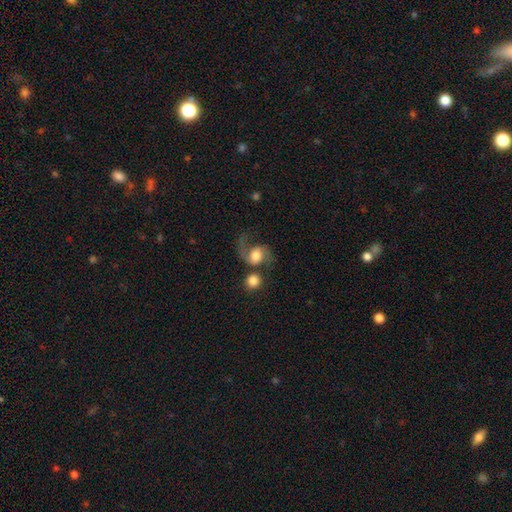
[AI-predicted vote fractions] A featured or disk galaxy (66%) with no bar (61%), 2 (79%) loose (66%) spiral arms (92%) and a moderate central bulge (42%).

Vote fractions:
- Smooth or featured? featured or disk: 66% / smooth: 27% / star or artifact: 8%
- Edge-on disk? no: 97% / yes: 3%
- Bar? no: 61% / weak: 32% / strong: 7%
- Spiral arms? yes: 92% / no: 8%
- Spiral winding? loose: 66% / medium: 29% / tight: 5%
- Spiral arm count? 2: 79% / 1: 16% / can't tell: 2% / 3: 1% / 4: 1% / more than 4: 1%
- Bulge size? moderate: 42% / large: 39% / small: 9% / dominant: 6% / none: 4%
- Merging? none: 41% / merger: 25% / major disturbance: 19% / minor disturbance: 15%